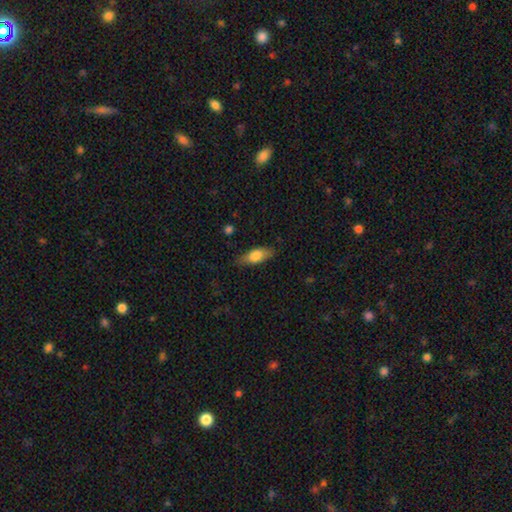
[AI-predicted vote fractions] Morphology: type=smooth (75%); roundness=in between (73%); merging=none (79%).